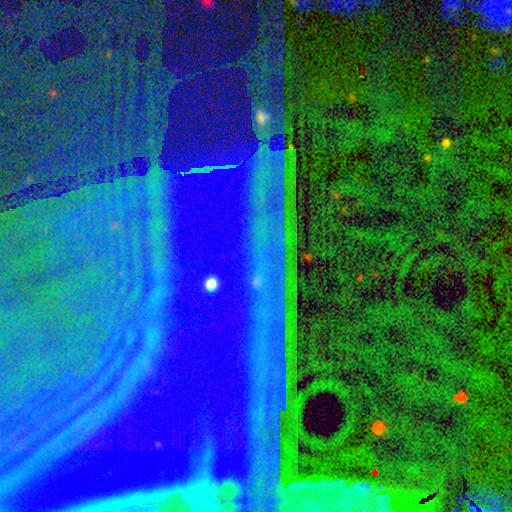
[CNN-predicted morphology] Overall: star or artifact (86%).